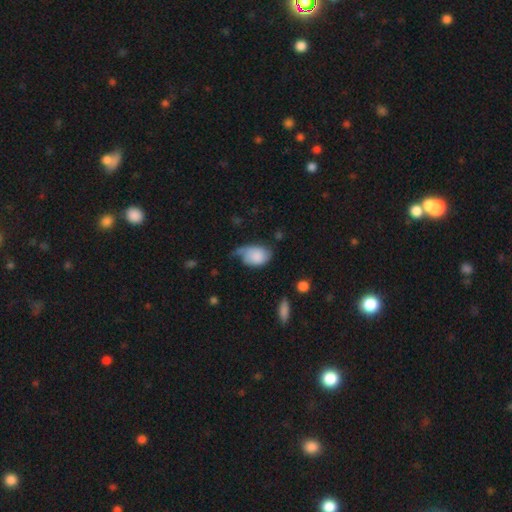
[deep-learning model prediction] smooth-or-featured: smooth: 69% | featured or disk: 23% | star or artifact: 7%
  how-rounded: in between: 80% | round: 19% | cigar-shaped: 1%
  merging: minor disturbance: 39% | major disturbance: 28% | none: 28% | merger: 5%